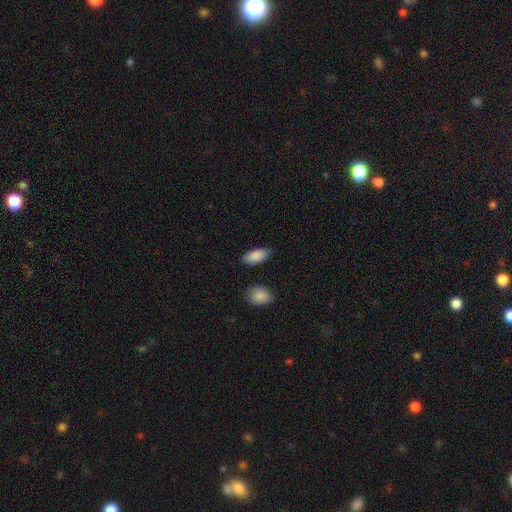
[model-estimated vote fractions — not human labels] smooth-or-featured: smooth: 88% | star or artifact: 6% | featured or disk: 5%
  how-rounded: in between: 91% | cigar-shaped: 7% | round: 3%
  merging: none: 81% | minor disturbance: 13% | major disturbance: 3% | merger: 2%